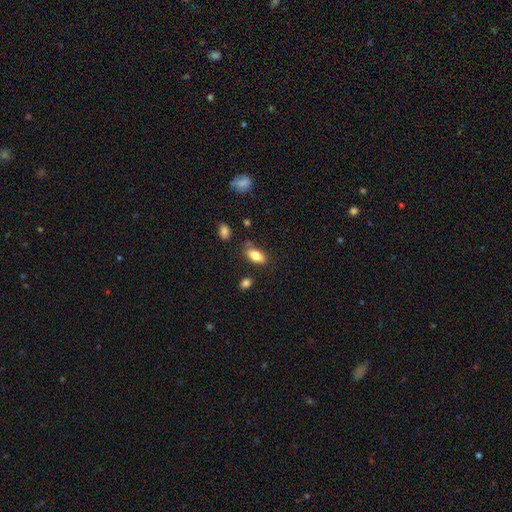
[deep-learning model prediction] Smooth or featured: smooth — 82% (featured or disk — 11%)
How rounded: in between — 87% (cigar-shaped — 10%)
Merging: none — 71% (minor disturbance — 19%)